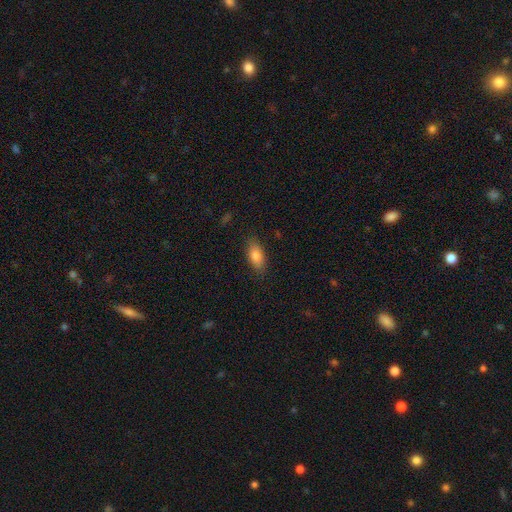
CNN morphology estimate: smooth-or-featured: smooth: 82% | featured or disk: 10% | star or artifact: 7%
  how-rounded: in between: 86% | cigar-shaped: 11% | round: 3%
  merging: none: 85% | minor disturbance: 11% | major disturbance: 3% | merger: 1%